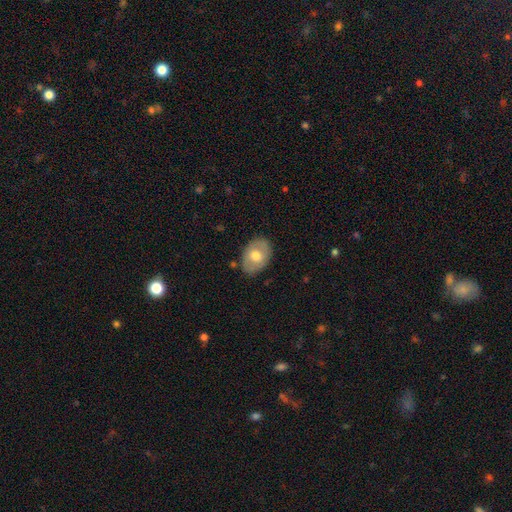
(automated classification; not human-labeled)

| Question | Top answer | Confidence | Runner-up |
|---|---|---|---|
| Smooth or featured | smooth | 58% | featured or disk (36%) |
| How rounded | in between | 76% | round (23%) |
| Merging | none | 82% | minor disturbance (13%) |